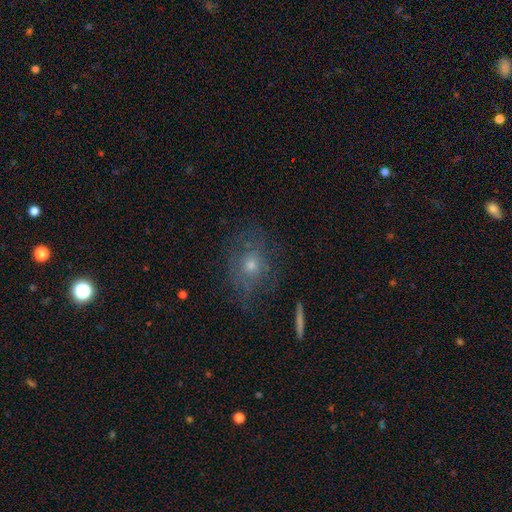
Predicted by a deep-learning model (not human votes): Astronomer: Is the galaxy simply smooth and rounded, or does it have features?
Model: smooth — 42% (runner-up: featured or disk, 30%).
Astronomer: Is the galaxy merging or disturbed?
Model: none — 75%.